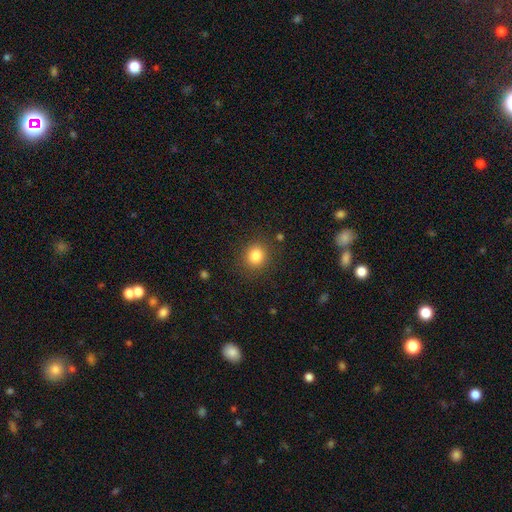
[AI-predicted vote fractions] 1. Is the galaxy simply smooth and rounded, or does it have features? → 83% smooth, 11% star or artifact, 6% featured or disk.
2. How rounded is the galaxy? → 85% round, 14% in between, 1% cigar-shaped.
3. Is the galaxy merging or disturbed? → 88% none, 8% minor disturbance, 3% major disturbance, 2% merger.